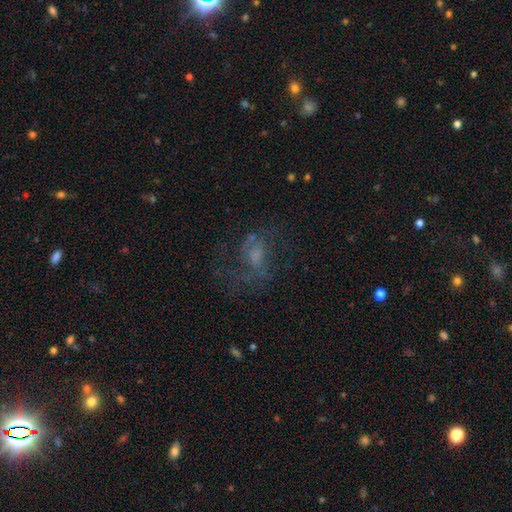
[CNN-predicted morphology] This is possibly a featured or disk galaxy (51%). It is clearly not viewed edge-on (96%). Merging: possibly none (46%).